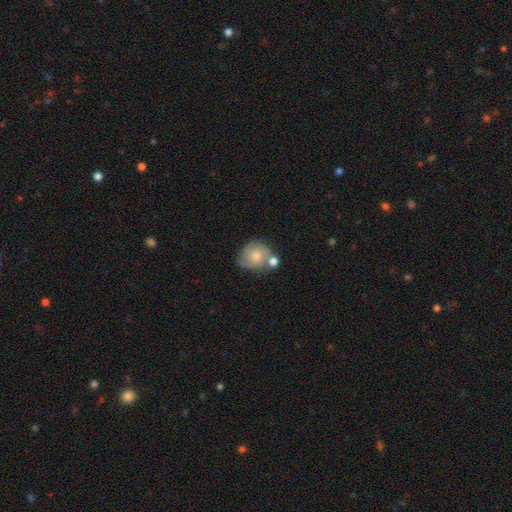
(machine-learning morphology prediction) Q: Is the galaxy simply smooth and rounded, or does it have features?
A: smooth — 48%.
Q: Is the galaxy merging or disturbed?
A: none — 45%.